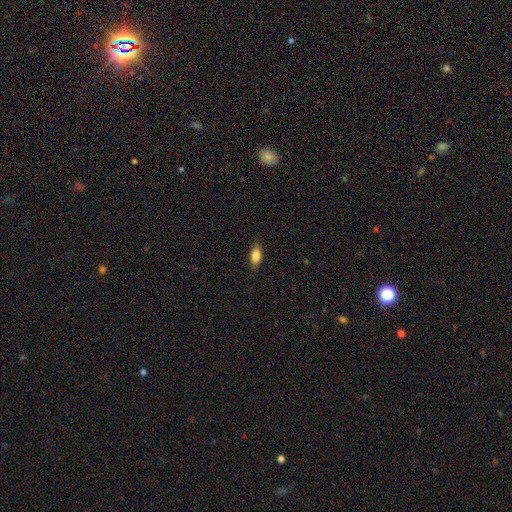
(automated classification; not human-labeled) A smooth galaxy with no disk features (79%) that is in between round and cigar-shaped (78%).

Vote fractions:
- Smooth or featured? smooth: 79% / featured or disk: 14% / star or artifact: 7%
- How rounded? in between: 78% / cigar-shaped: 19% / round: 4%
- Merging? none: 83% / minor disturbance: 13% / major disturbance: 3% / merger: 1%